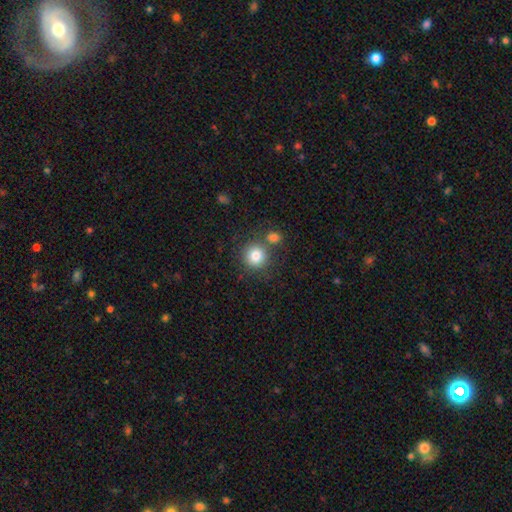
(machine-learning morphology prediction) This appears to be a smooth galaxy with no disk features (83%) that is round (91%). Merging: none (69%).